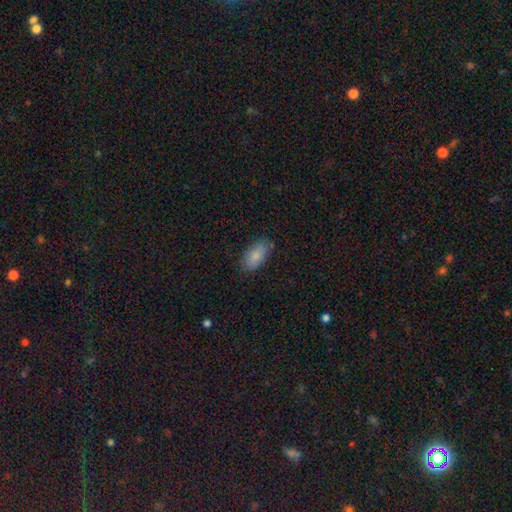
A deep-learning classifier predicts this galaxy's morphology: smooth 83%, featured or disk 10%, star or artifact 6%. Down the decision tree: how rounded — in between (92%); merging — none (82%).